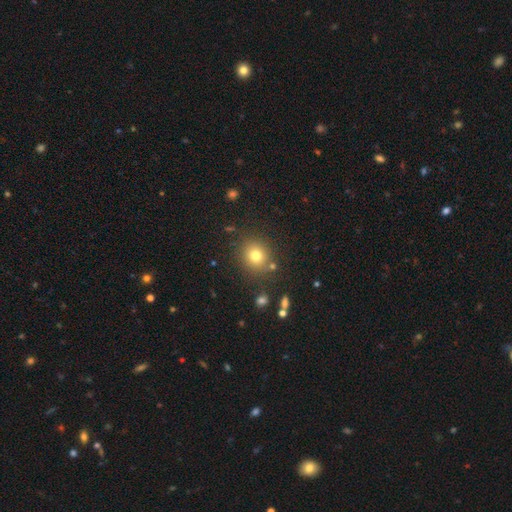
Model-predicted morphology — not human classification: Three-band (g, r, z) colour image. It shows a smooth galaxy with no disk features (76%) that is round (84%). Merging: none (82%).